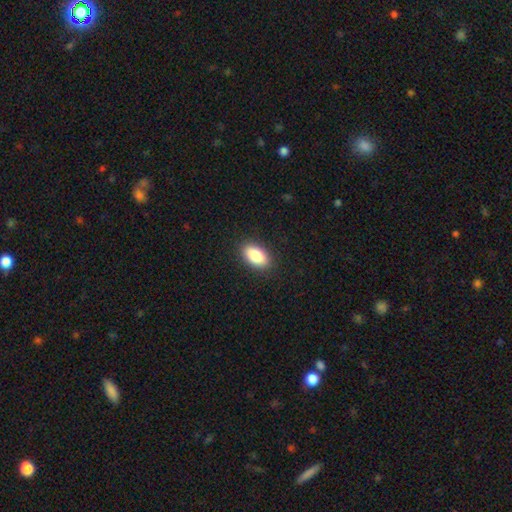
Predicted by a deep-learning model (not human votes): Smooth or featured: smooth — 85% (featured or disk — 7%)
How rounded: in between — 92% (round — 5%)
Merging: none — 89% (minor disturbance — 8%)